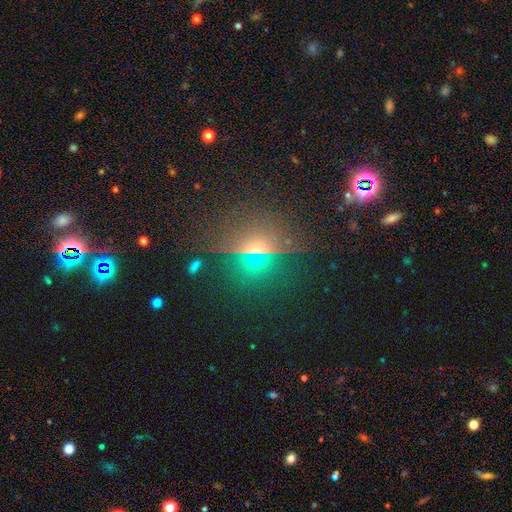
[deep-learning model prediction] Morphology: type=star or artifact (46%).